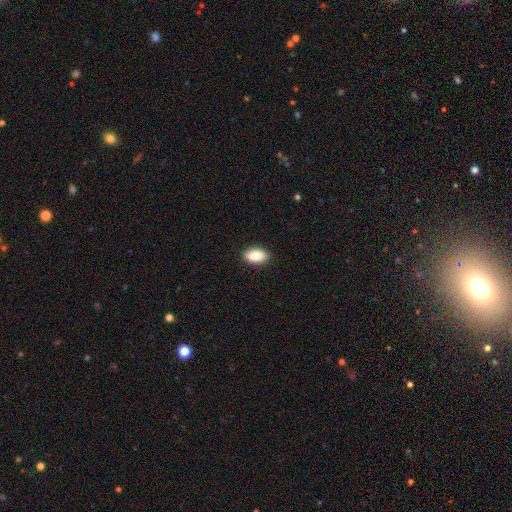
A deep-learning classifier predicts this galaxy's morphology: smooth-or-featured: smooth: 86% | featured or disk: 7% | star or artifact: 7%
  how-rounded: in between: 92% | round: 5% | cigar-shaped: 4%
  merging: none: 90% | minor disturbance: 8% | major disturbance: 2% | merger: 1%